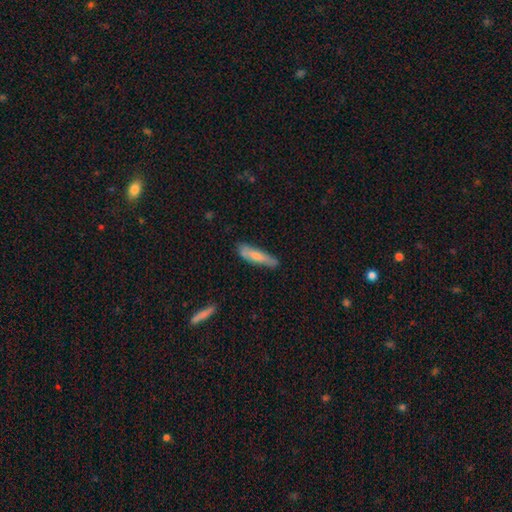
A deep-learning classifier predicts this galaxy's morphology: Q: Smooth or featured?
A: smooth (66%); runner-up: featured or disk (29%)
Q: How rounded?
A: cigar-shaped (79%); runner-up: in between (19%)
Q: Merging?
A: none (70%); runner-up: minor disturbance (22%)